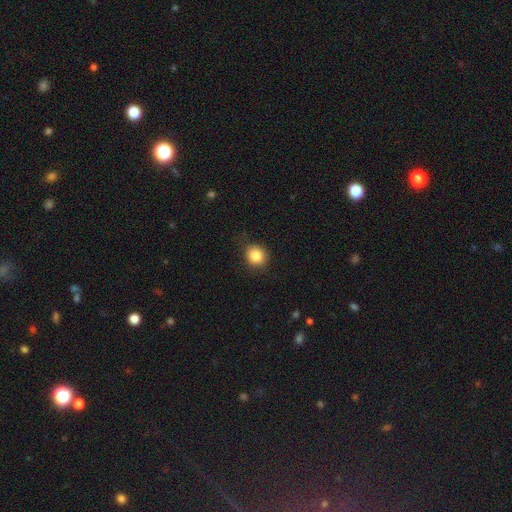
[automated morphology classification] Q: Smooth or featured?
A: smooth (85%); runner-up: star or artifact (10%)
Q: How rounded?
A: round (82%); runner-up: in between (17%)
Q: Merging?
A: none (82%); runner-up: minor disturbance (14%)